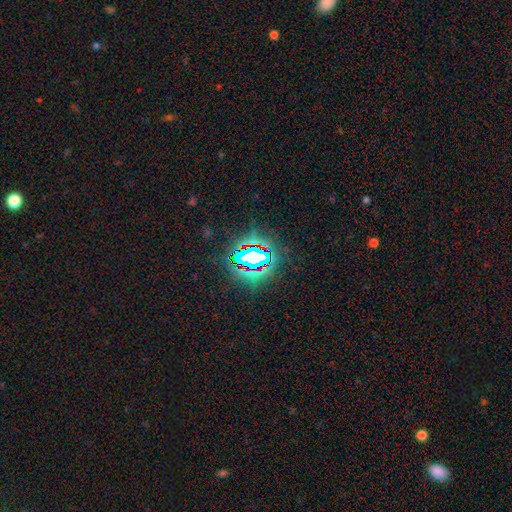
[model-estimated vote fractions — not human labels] Q: Smooth or featured?
A: star or artifact (68%); runner-up: smooth (19%)